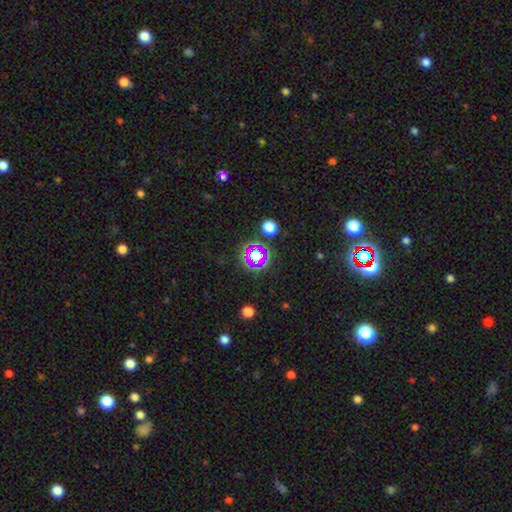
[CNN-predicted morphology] A star or artifact, not a galaxy (57%).